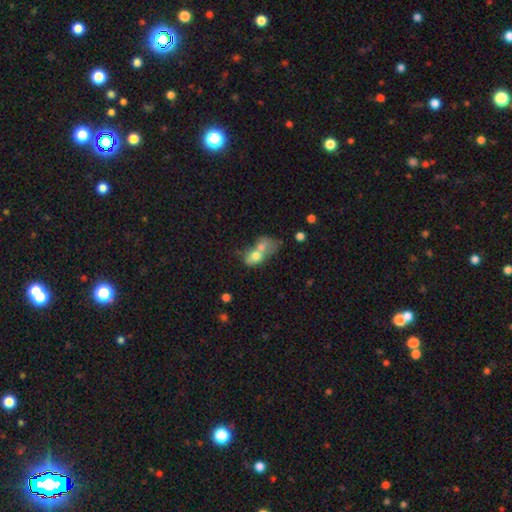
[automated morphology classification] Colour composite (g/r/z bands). It shows a smooth galaxy with no disk features (65%) that is in between round and cigar-shaped (67%). Merging: merger (76%).